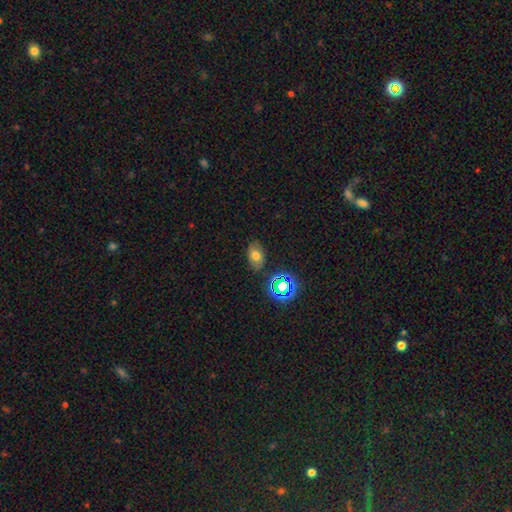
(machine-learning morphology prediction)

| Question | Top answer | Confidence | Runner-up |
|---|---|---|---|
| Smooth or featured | smooth | 63% | star or artifact (20%) |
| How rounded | in between | 83% | round (15%) |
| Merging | none | 81% | minor disturbance (13%) |